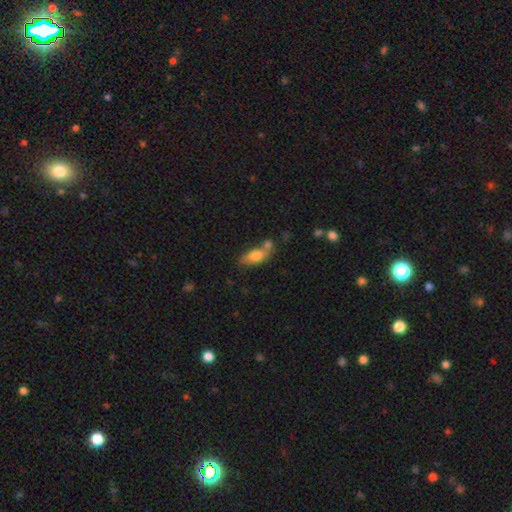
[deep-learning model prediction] smooth-or-featured: smooth: 71% | featured or disk: 22% | star or artifact: 8%
  how-rounded: in between: 78% | cigar-shaped: 17% | round: 5%
  merging: none: 47% | merger: 30% | minor disturbance: 17% | major disturbance: 6%